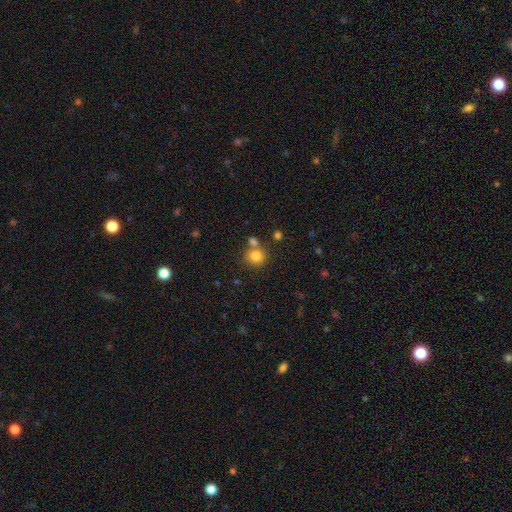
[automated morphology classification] smooth 81%, star or artifact 12%, featured or disk 7%. Down the decision tree: how rounded — round (86%); merging — none (66%).